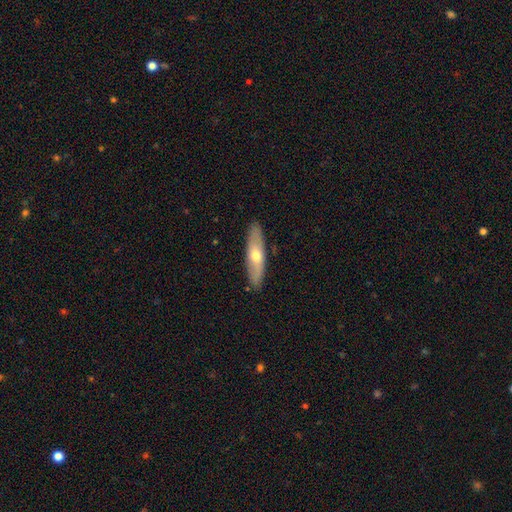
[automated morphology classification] type=smooth (50%); merging=none (88%).